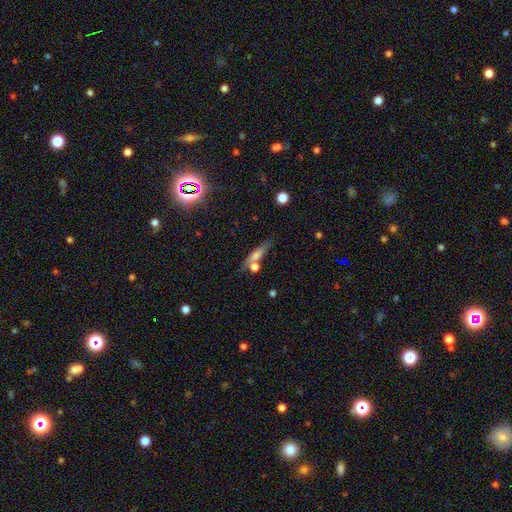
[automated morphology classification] Smooth or featured? Predicted: smooth (p=0.53). How rounded? Predicted: cigar-shaped (p=0.75). Merging? Predicted: none (p=0.65).